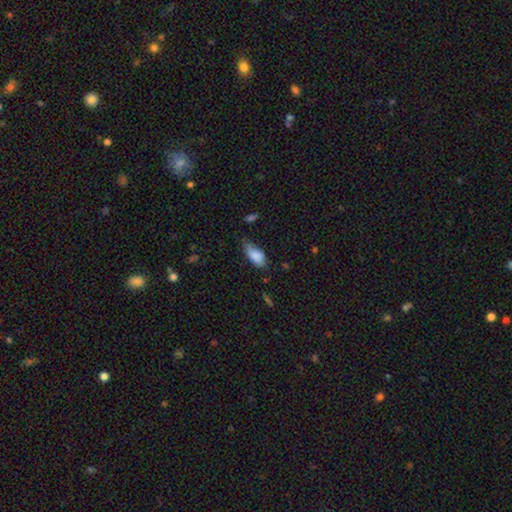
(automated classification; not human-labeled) A smooth galaxy with no disk features (84%) that is in between round and cigar-shaped (88%). Merging: minor disturbance (45%).